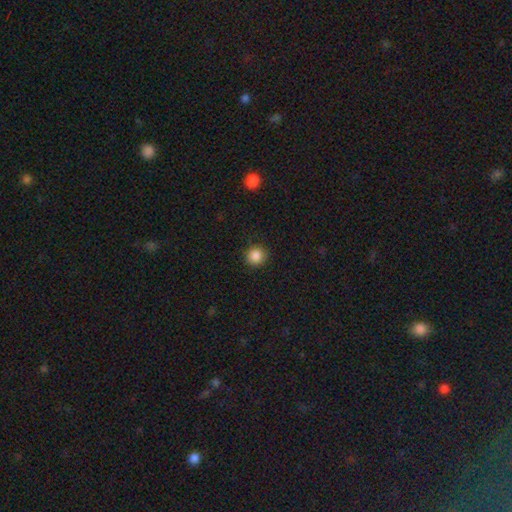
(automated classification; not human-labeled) Overall: smooth (87%). How rounded: round (92%). Merging: none (90%).